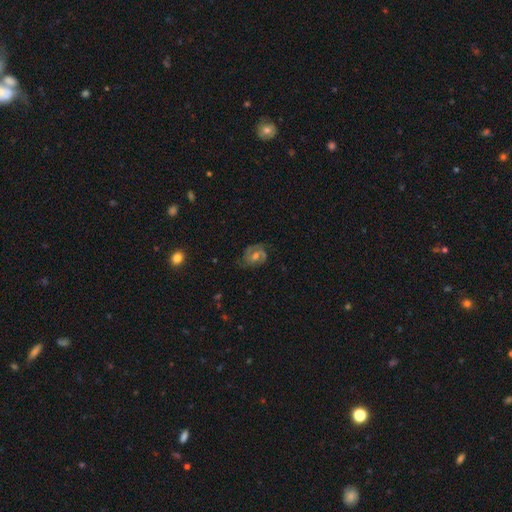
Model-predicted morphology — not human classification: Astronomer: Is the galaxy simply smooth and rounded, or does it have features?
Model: featured or disk — 78%.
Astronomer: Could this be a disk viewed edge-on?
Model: no — 97%.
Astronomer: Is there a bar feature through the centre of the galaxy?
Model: weak — 45% (runner-up: no, 42%).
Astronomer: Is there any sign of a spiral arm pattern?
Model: yes — 95%.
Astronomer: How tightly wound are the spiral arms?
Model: medium — 48% (runner-up: tight, 39%).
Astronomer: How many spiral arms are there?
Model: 2 — 78%.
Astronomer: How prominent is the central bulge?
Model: moderate — 58%.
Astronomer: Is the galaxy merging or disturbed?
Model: none — 74%.